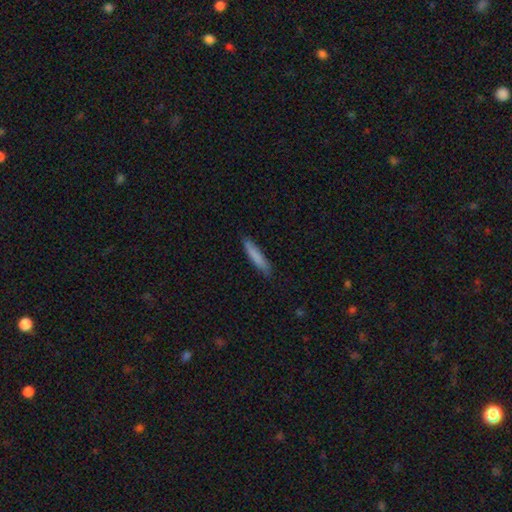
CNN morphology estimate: Smooth or featured: smooth — 82% (featured or disk — 12%)
How rounded: cigar-shaped — 90% (in between — 9%)
Merging: none — 85% (minor disturbance — 12%)